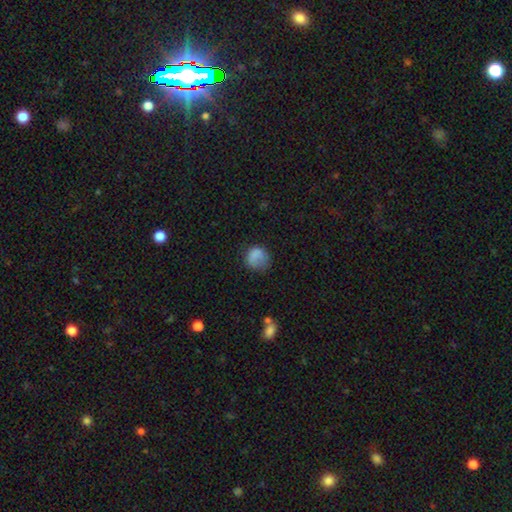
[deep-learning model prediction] The model was most divided on "merging": none: 54%, minor disturbance: 27%, major disturbance: 17%, merger: 2%. More confident: smooth or featured — smooth (79%); how rounded — round (75%).